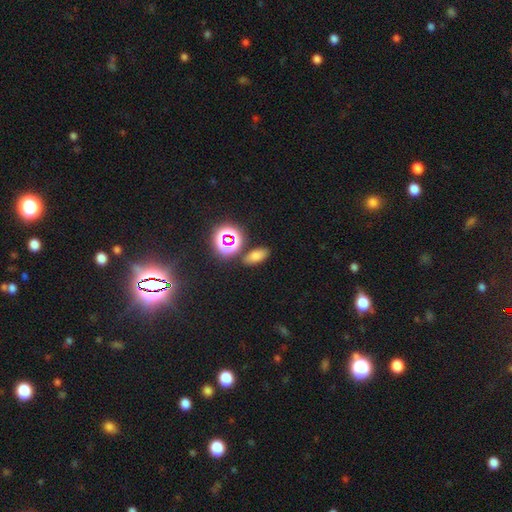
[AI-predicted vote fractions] Smooth or featured? smooth (67%)
How rounded? in between (83%)
Merging? none (82%)